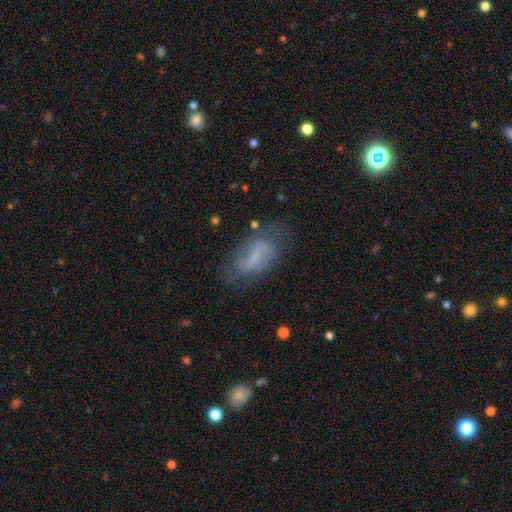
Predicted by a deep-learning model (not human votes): Q: Smooth or featured?
A: featured or disk (65%); runner-up: smooth (24%)
Q: Edge-on disk?
A: no (94%); runner-up: yes (6%)
Q: Bar?
A: weak (49%); runner-up: strong (31%)
Q: Spiral arms?
A: yes (85%); runner-up: no (15%)
Q: Spiral winding?
A: medium (42%); runner-up: loose (35%)
Q: Spiral arm count?
A: 2 (78%); runner-up: can't tell (13%)
Q: Bulge size?
A: none (44%); runner-up: small (37%)
Q: Merging?
A: none (70%); runner-up: minor disturbance (19%)